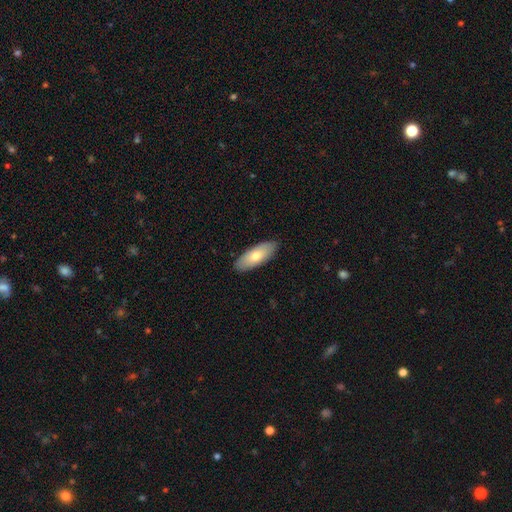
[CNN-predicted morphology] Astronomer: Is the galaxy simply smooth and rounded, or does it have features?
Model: smooth — 72%.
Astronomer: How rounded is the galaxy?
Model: in between — 77%.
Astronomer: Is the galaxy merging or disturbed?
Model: none — 89%.